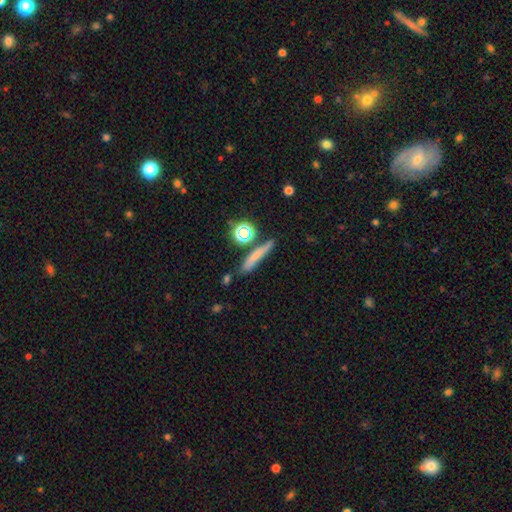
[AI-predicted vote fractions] A smooth galaxy with no disk features (64%) that is cigar-shaped (80%). Merging: none (69%).